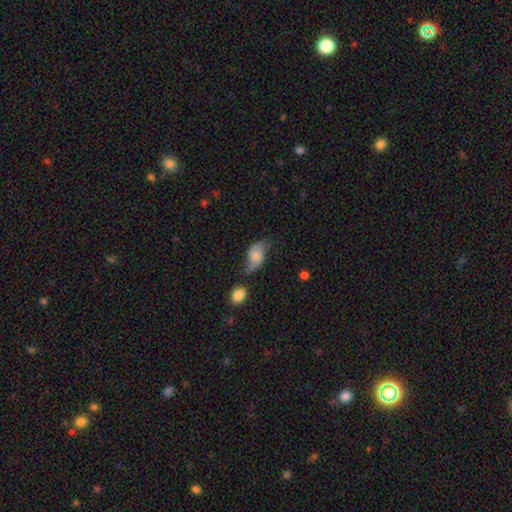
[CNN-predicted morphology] A featured or disk galaxy (49%).

Vote fractions:
- Smooth or featured? featured or disk: 49% / smooth: 43% / star or artifact: 8%
- Merging? none: 40% / minor disturbance: 30% / major disturbance: 18% / merger: 12%